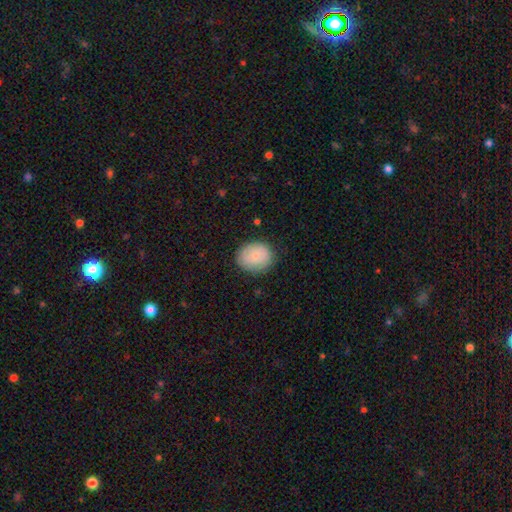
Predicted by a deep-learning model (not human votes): Morphology: type=smooth (81%); roundness=round (61%); merging=none (81%).